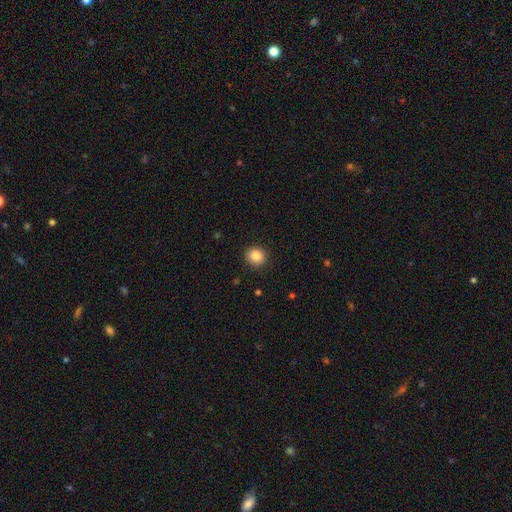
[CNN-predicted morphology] Smooth or featured? Predicted: smooth (p=0.87). How rounded? Predicted: round (p=0.88). Merging? Predicted: none (p=0.90).